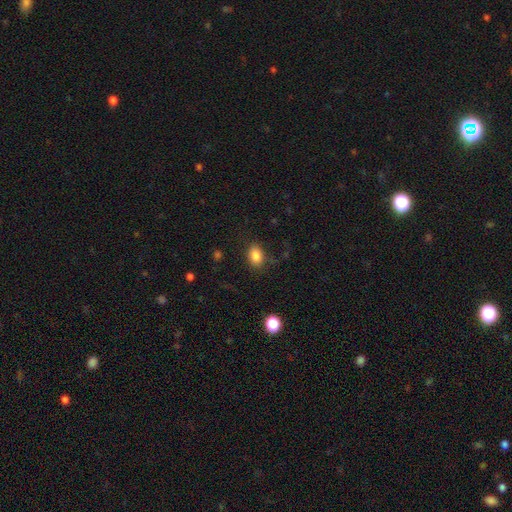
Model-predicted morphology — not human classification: smooth 84%, star or artifact 10%, featured or disk 6%. Down the decision tree: how rounded — in between (78%); merging — none (80%).